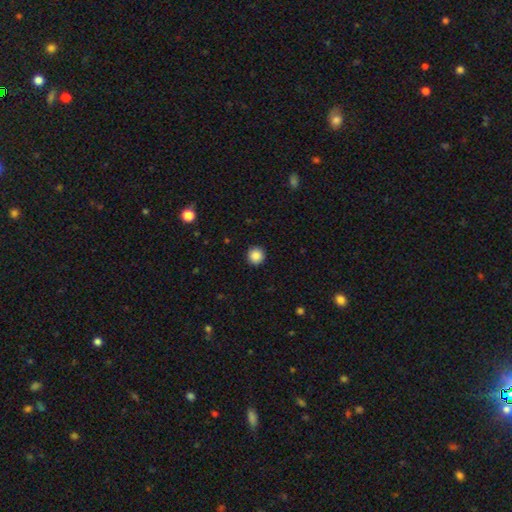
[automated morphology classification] Smooth or featured? Predicted: smooth (p=0.88). How rounded? Predicted: round (p=0.94). Merging? Predicted: none (p=0.92).